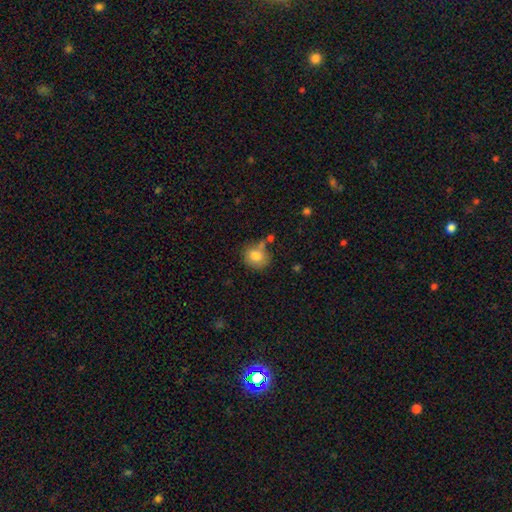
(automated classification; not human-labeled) Smooth or featured? smooth (79%)
How rounded? round (77%)
Merging? none (65%)